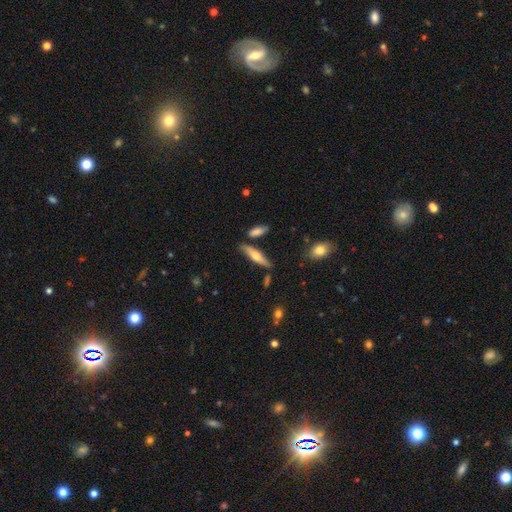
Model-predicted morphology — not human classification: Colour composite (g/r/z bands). It shows a smooth galaxy with no disk features (49%). Merging: none (80%).